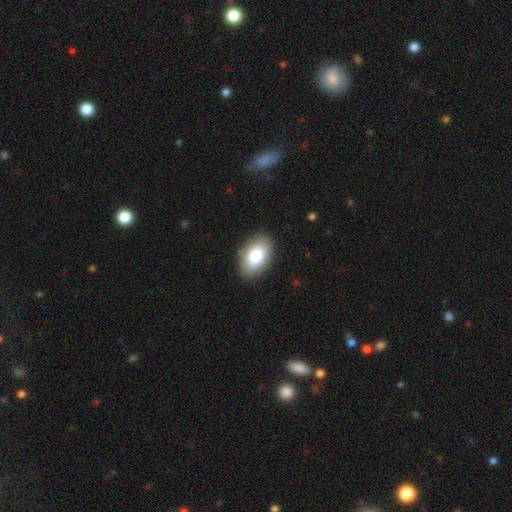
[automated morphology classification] Smooth or featured? Predicted: smooth (p=0.79). How rounded? Predicted: in between (p=0.90). Merging? Predicted: none (p=0.88).